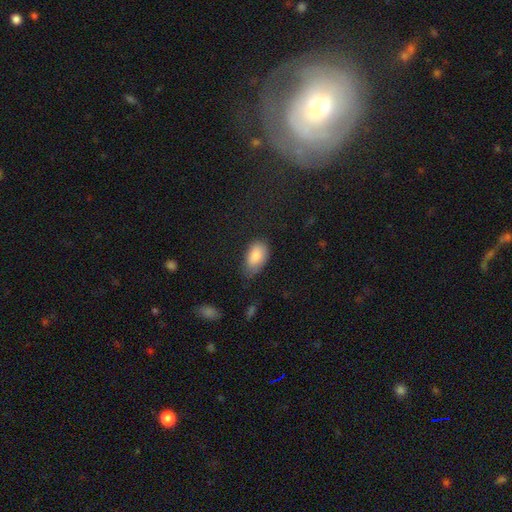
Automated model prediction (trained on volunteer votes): Smooth or featured? Predicted: smooth (p=0.85). How rounded? Predicted: in between (p=0.92). Merging? Predicted: none (p=0.59).